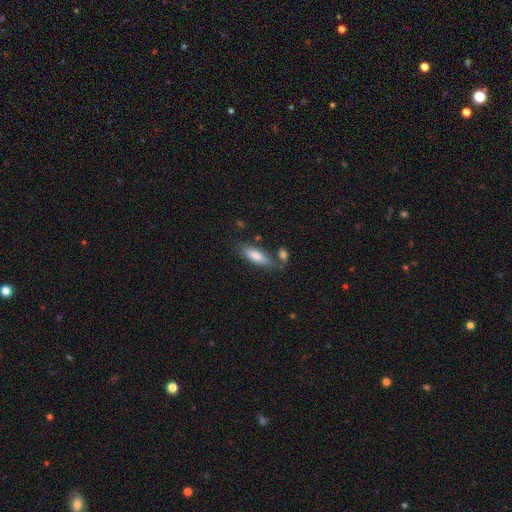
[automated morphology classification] This appears to be a smooth galaxy with no disk features (75%) that is cigar-shaped (51%). Merging: none (70%).